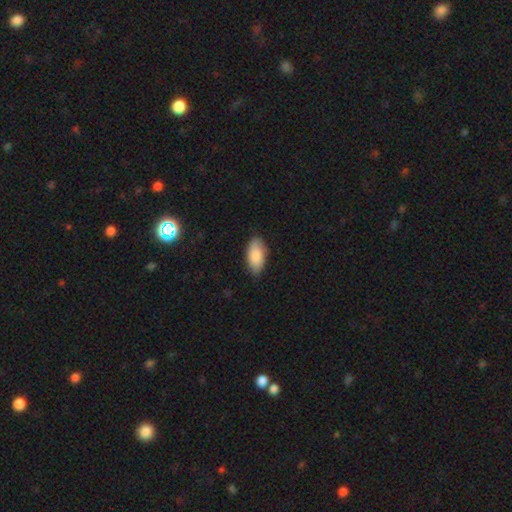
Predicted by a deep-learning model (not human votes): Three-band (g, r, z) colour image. It shows a smooth galaxy with no disk features (86%) that is in between round and cigar-shaped (93%). Merging: none (82%).